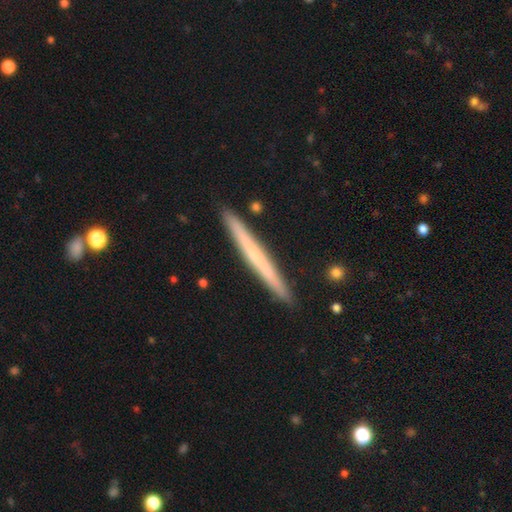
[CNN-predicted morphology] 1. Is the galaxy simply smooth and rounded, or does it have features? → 49% featured or disk, 45% smooth, 6% star or artifact.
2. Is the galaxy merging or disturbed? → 91% none, 6% minor disturbance, 1% merger, 1% major disturbance.